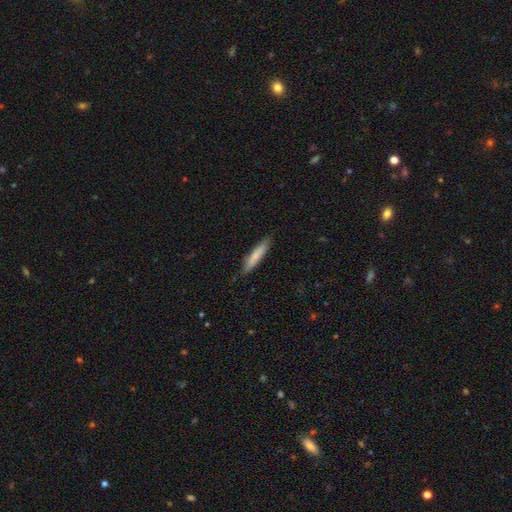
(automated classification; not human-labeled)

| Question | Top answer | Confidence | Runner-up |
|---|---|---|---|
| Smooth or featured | smooth | 79% | featured or disk (16%) |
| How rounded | cigar-shaped | 86% | in between (12%) |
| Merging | none | 85% | minor disturbance (12%) |